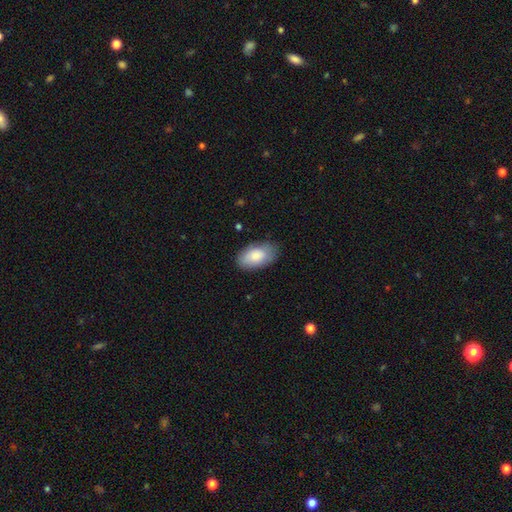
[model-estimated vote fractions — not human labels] This appears to be a smooth galaxy with no disk features (84%) that is in between round and cigar-shaped (95%). Merging: none (78%).